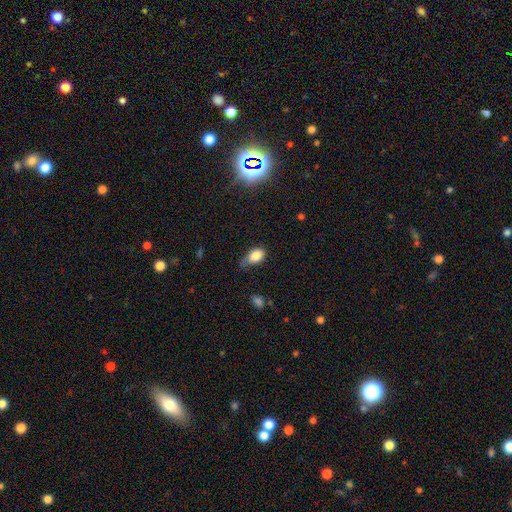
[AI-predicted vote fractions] The model was most divided on "merging": none: 46%, minor disturbance: 40%, major disturbance: 11%, merger: 3%. More confident: how rounded — in between (86%); smooth or featured — smooth (83%).